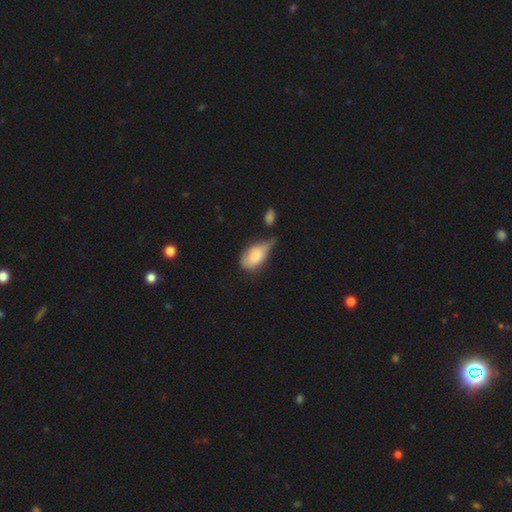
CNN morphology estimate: smooth_or_featured: smooth (p=0.77) [alt: featured or disk p=0.16]
how_rounded: in between (p=0.90) [alt: round p=0.06]
merging: minor disturbance (p=0.41) [alt: none p=0.22]